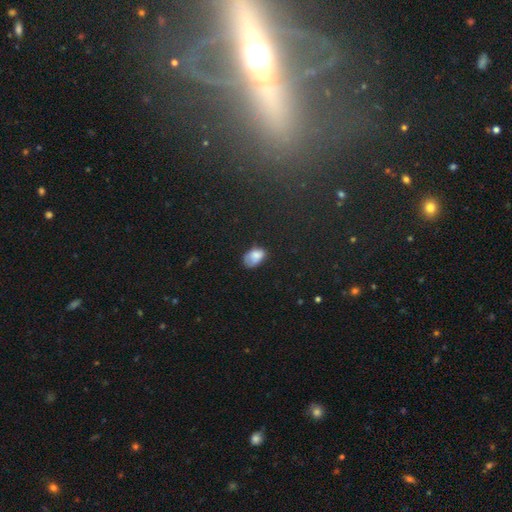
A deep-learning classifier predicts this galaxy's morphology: Overall: smooth (80%). How rounded: in between (90%). Merging: none (53%; minor disturbance 34%).